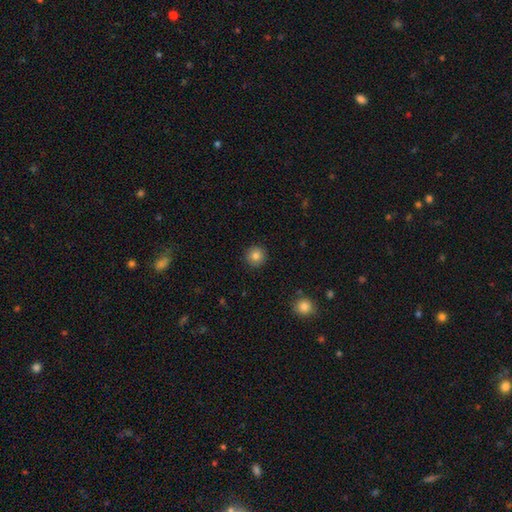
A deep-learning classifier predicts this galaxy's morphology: smooth 83%, star or artifact 10%, featured or disk 6%. Down the decision tree: how rounded — round (95%); merging — none (92%).